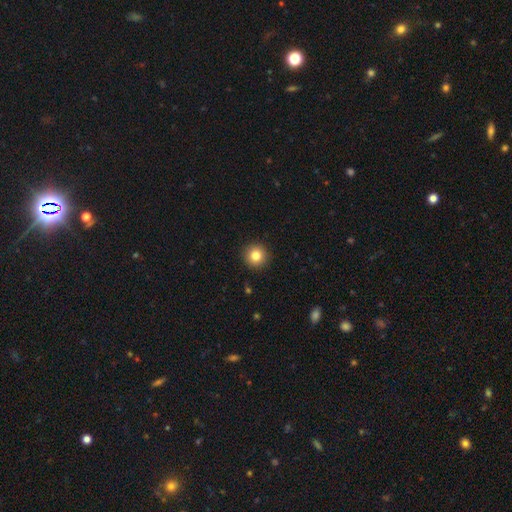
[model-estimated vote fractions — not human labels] smooth_or_featured: smooth (p=0.82) [alt: star or artifact p=0.10]
how_rounded: round (p=0.95) [alt: in between p=0.04]
merging: none (p=0.92) [alt: minor disturbance p=0.05]